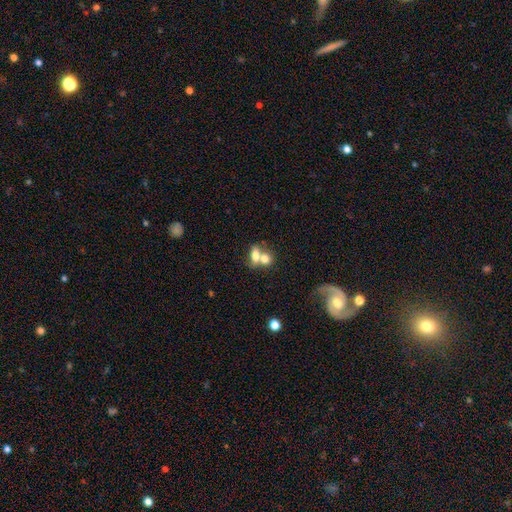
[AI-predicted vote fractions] Smooth or featured? Predicted: smooth (p=0.72). How rounded? Predicted: in between (p=0.68). Merging? Predicted: merger (p=0.65).